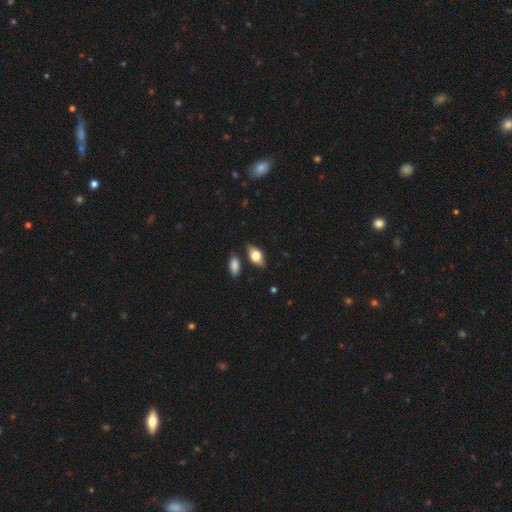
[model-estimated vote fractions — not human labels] Overall: smooth (68%). How rounded: in between (85%). Merging: none (75%).